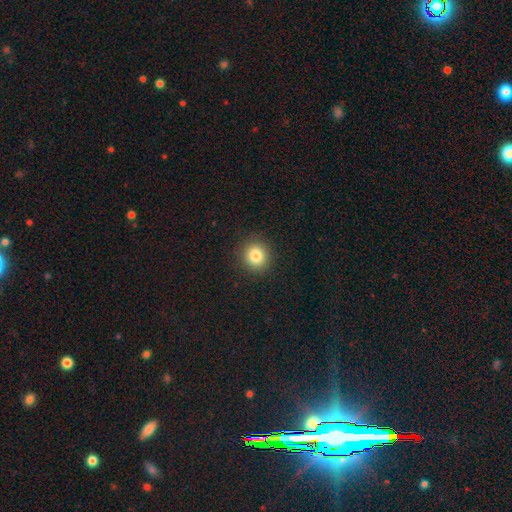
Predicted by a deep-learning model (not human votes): Overall: smooth (82%). How rounded: round (88%). Merging: none (91%).